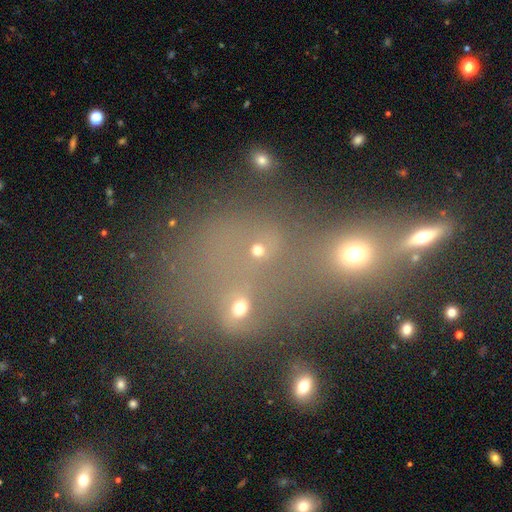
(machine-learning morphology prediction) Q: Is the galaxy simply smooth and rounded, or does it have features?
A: star or artifact — 47%.